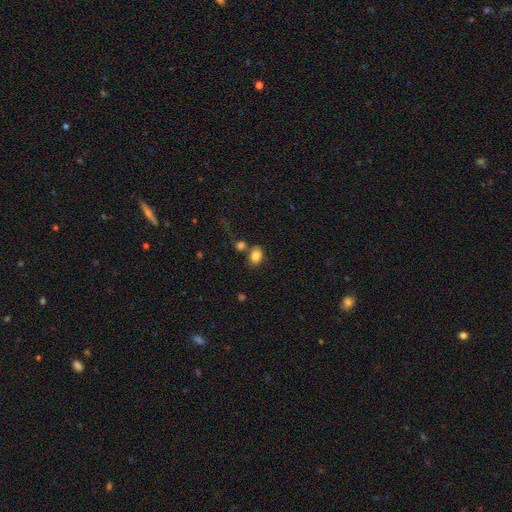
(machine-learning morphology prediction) Smooth or featured?
  - smooth: 85% *
  - star or artifact: 9%
  - featured or disk: 6%
How rounded?
  - in between: 72% *
  - round: 27%
  - cigar-shaped: 1%
Merging?
  - none: 64% *
  - merger: 18%
  - minor disturbance: 13%
  - major disturbance: 5%